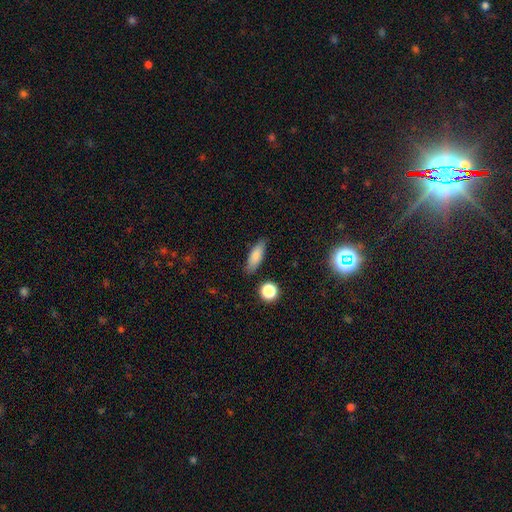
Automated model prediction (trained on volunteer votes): smooth-or-featured: smooth: 82% | featured or disk: 10% | star or artifact: 9%
  how-rounded: in between: 59% | cigar-shaped: 38% | round: 3%
  merging: none: 84% | minor disturbance: 11% | major disturbance: 3% | merger: 2%